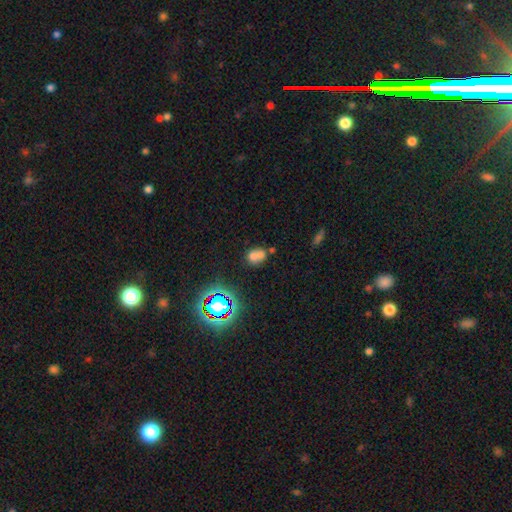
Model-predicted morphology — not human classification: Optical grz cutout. It shows a smooth galaxy with no disk features (63%) that is round (56%). Merging: merger (50%).